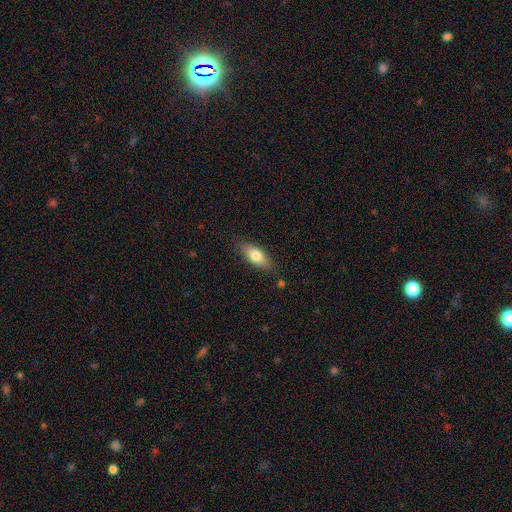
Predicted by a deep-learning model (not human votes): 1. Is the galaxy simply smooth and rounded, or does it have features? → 75% smooth, 19% featured or disk, 7% star or artifact.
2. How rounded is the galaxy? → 76% in between, 21% cigar-shaped, 3% round.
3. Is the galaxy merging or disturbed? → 84% none, 12% minor disturbance, 3% major disturbance, 1% merger.